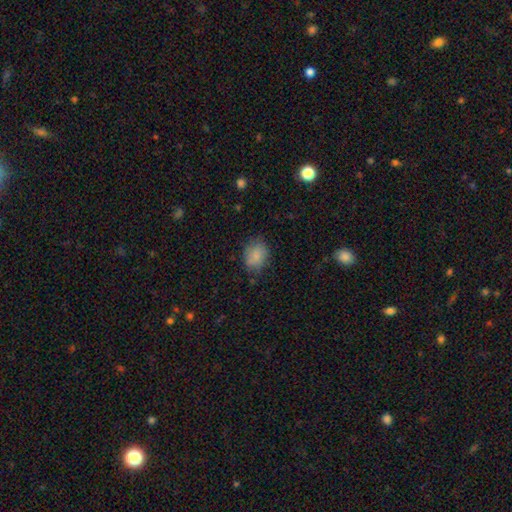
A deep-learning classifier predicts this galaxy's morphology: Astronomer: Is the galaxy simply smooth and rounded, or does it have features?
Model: smooth — 83%.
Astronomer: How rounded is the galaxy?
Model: in between — 60% (runner-up: round, 39%).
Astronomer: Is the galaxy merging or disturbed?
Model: none — 72%.